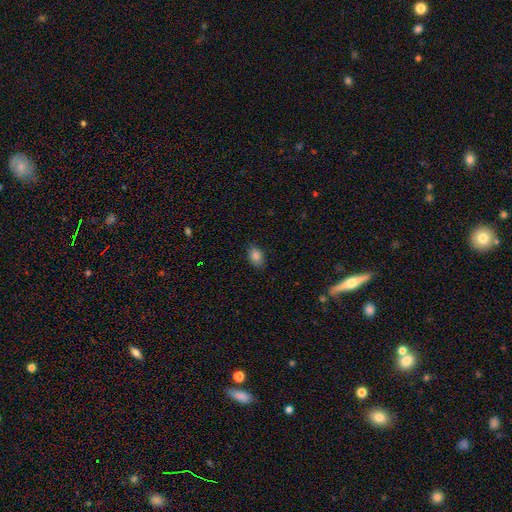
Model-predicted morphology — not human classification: The model was most divided on "how rounded": in between: 80%, round: 18%, cigar-shaped: 1%. More confident: smooth or featured — smooth (85%); merging — none (83%).